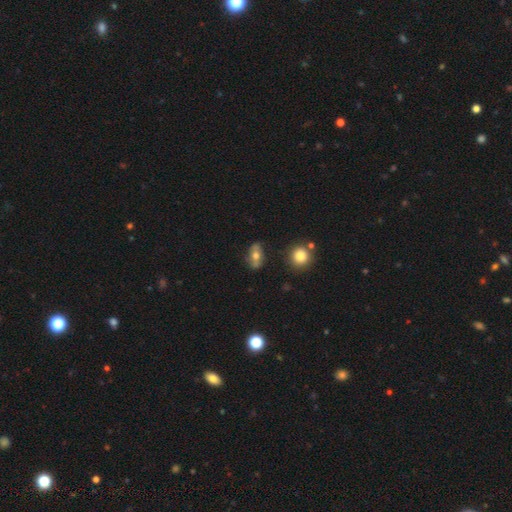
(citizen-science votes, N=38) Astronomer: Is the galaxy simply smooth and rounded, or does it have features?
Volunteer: featured or disk — 50% (runner-up: smooth, 42%).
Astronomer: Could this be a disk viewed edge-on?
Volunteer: no — 79%.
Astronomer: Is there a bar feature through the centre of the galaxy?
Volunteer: no — 47% (runner-up: weak, 40%).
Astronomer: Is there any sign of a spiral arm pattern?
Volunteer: no — 73%.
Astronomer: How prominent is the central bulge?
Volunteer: moderate — 80%.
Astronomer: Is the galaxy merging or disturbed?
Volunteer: none — 71%.